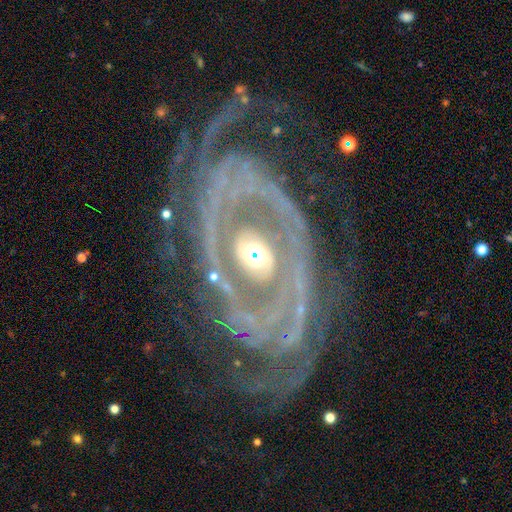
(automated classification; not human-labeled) Smooth or featured: featured or disk — 91% (star or artifact — 5%)
Edge-on disk: no — 96% (yes — 4%)
Bar: no — 71% (weak — 17%)
Spiral arms: yes — 91% (no — 9%)
Spiral winding: tight — 60% (medium — 28%)
Spiral arm count: 2 — 36% (can't tell — 21%)
Bulge size: moderate — 64% (small — 21%)
Merging: none — 61% (minor disturbance — 18%)